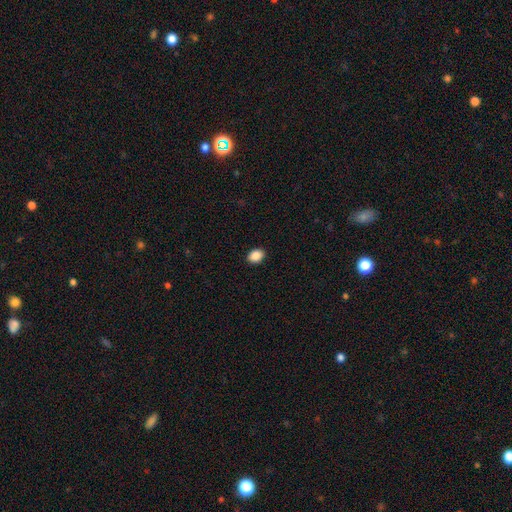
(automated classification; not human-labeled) smooth 88%, star or artifact 8%, featured or disk 3%. Down the decision tree: how rounded — in between (70%); merging — none (91%).